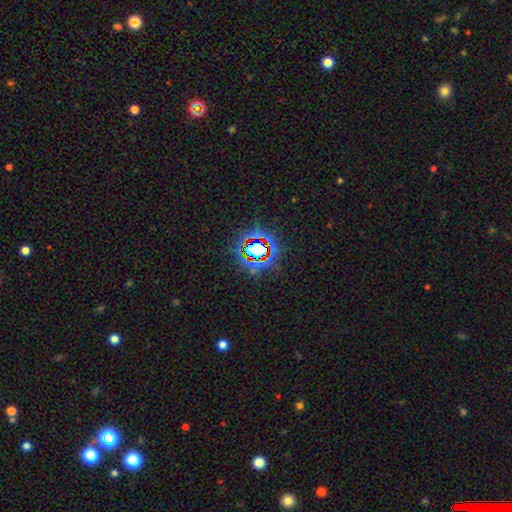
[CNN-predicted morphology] A star or artifact, not a galaxy (72%).

Vote fractions:
- Smooth or featured? star or artifact: 72% / smooth: 17% / featured or disk: 11%